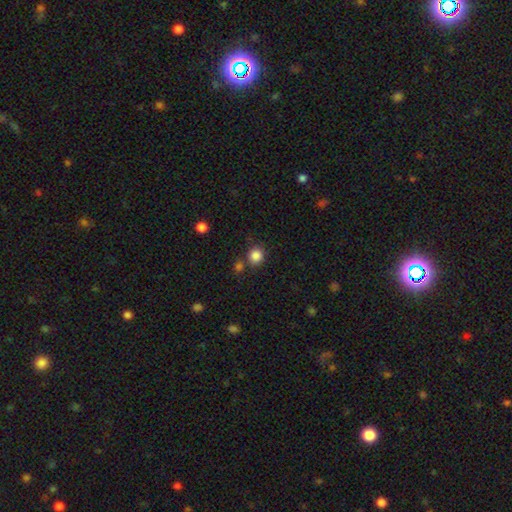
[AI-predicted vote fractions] Smooth or featured: smooth — 85% (star or artifact — 11%)
How rounded: round — 88% (in between — 11%)
Merging: none — 77% (merger — 10%)